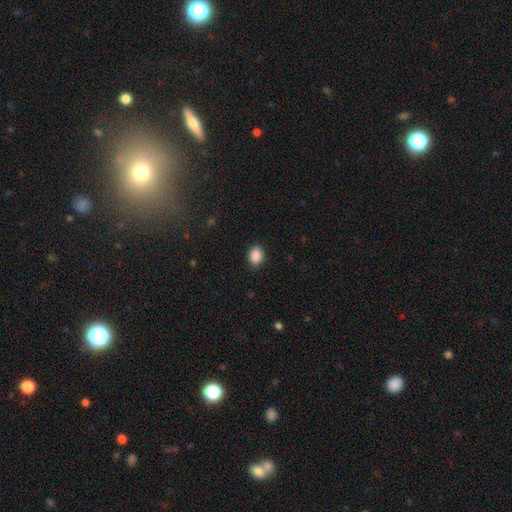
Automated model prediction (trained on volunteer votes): Overall: smooth (89%). How rounded: in between (58%; round 41%). Merging: none (89%).